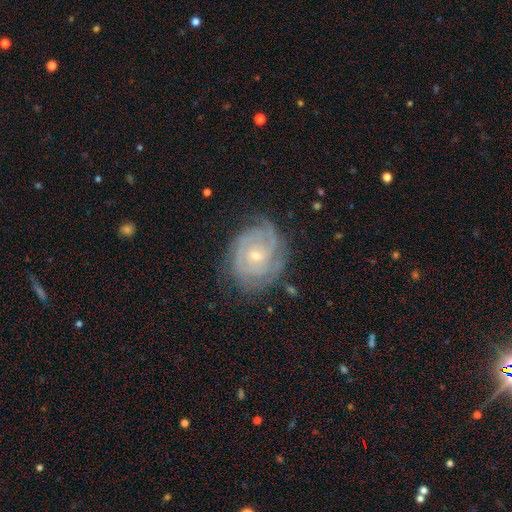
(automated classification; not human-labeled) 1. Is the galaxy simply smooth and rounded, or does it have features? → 85% featured or disk, 9% smooth, 6% star or artifact.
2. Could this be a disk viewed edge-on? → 97% no, 3% yes.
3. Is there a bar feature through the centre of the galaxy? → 70% no, 25% weak, 5% strong.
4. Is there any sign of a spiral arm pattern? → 96% yes, 4% no.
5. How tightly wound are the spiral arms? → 75% tight, 21% medium, 4% loose.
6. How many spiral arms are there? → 31% can't tell, 24% 3, 18% 2, 15% 4, 6% more than 4, 6% 1.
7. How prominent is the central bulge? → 67% small, 30% moderate, 1% large, 1% none, 1% dominant.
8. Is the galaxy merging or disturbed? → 72% none, 20% minor disturbance, 7% major disturbance, 1% merger.